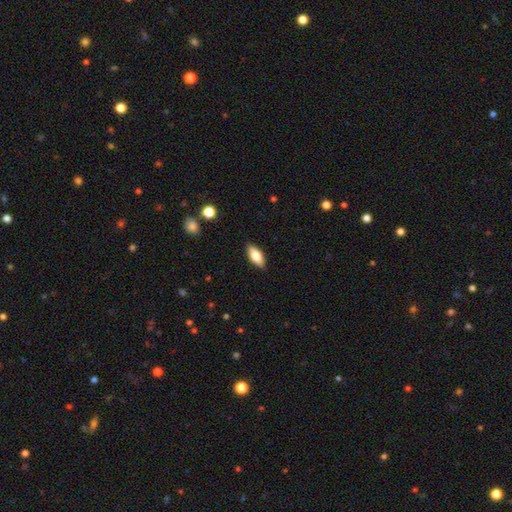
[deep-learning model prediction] A smooth galaxy with no disk features (73%) that is in between round and cigar-shaped (80%).

Vote fractions:
- Smooth or featured? smooth: 73% / featured or disk: 21% / star or artifact: 6%
- How rounded? in between: 80% / cigar-shaped: 18% / round: 2%
- Merging? none: 89% / minor disturbance: 9% / major disturbance: 2% / merger: 1%